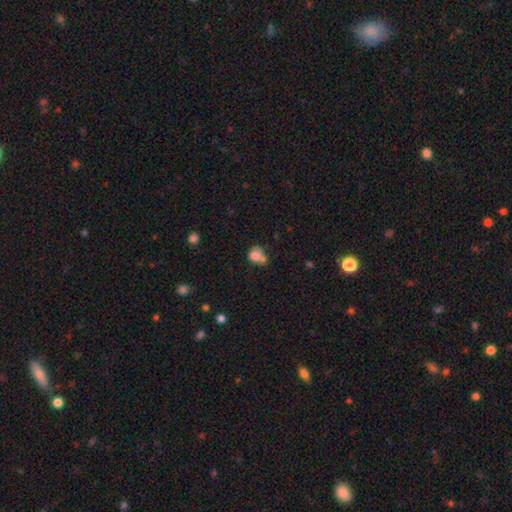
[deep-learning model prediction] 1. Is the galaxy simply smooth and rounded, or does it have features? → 75% smooth, 14% featured or disk, 11% star or artifact.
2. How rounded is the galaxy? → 60% round, 39% in between, 1% cigar-shaped.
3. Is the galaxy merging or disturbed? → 42% merger, 31% none, 17% minor disturbance, 10% major disturbance.